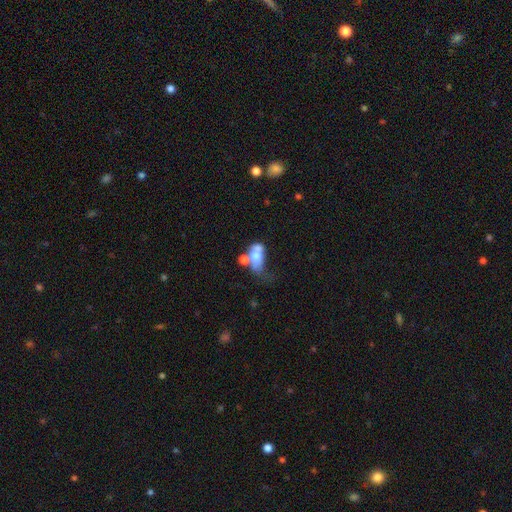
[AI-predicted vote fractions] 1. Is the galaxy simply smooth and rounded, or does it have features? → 53% smooth, 35% featured or disk, 12% star or artifact.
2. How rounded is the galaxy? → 73% in between, 25% round, 3% cigar-shaped.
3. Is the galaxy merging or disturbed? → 56% merger, 21% major disturbance, 13% none, 10% minor disturbance.